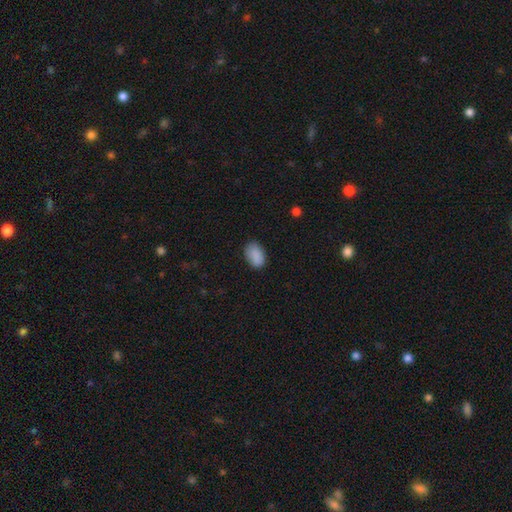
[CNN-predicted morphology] This is clearly a smooth galaxy (89%). How rounded: clearly in between (90%). Merging: clearly none (81%).